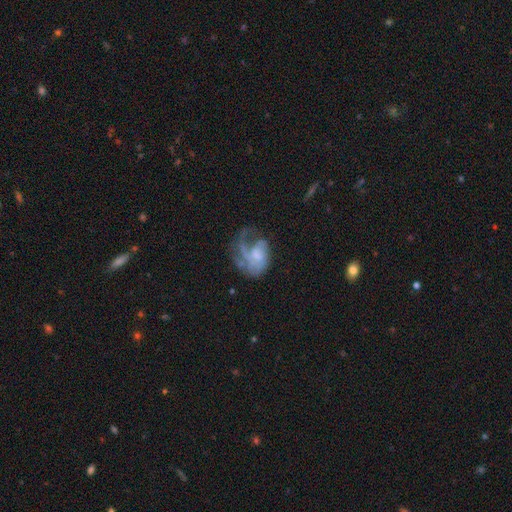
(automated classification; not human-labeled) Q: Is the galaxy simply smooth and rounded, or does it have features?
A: featured or disk — 71%.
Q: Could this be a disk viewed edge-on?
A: no — 98%.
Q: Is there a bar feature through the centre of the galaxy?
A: no — 60%.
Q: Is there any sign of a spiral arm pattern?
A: yes — 79%.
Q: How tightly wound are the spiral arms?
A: loose — 41%.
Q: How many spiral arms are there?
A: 1 — 59%.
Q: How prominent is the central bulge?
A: small — 39%.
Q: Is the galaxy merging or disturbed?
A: major disturbance — 51%.